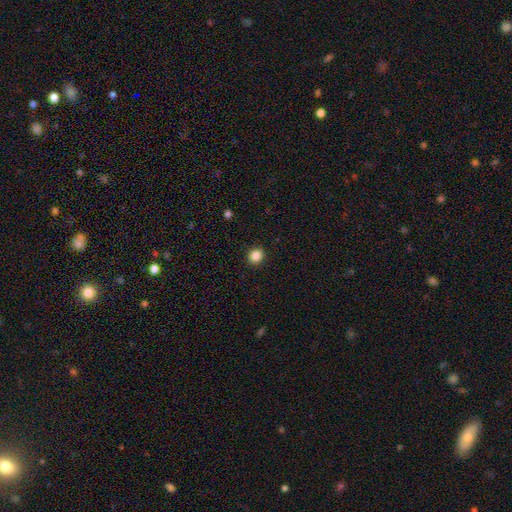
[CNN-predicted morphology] This appears to be a smooth galaxy with no disk features (86%) that is round (89%). Merging: none (92%).